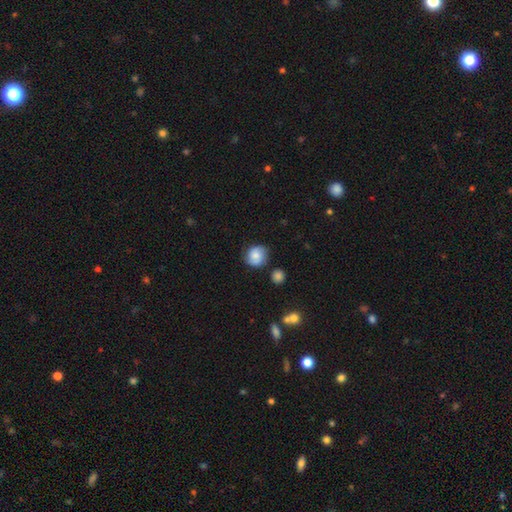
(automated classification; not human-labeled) The model was most divided on "smooth or featured": smooth: 62%, featured or disk: 29%, star or artifact: 9%. More confident: how rounded — round (84%); merging — none (73%).